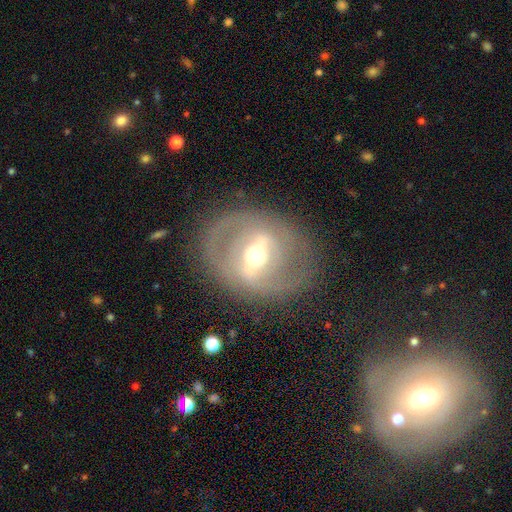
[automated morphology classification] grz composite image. It shows a featured or disk galaxy (77%) with a strong bar (64%), no spiral arms (54%) and a moderate central bulge (67%). Merging: none (78%).